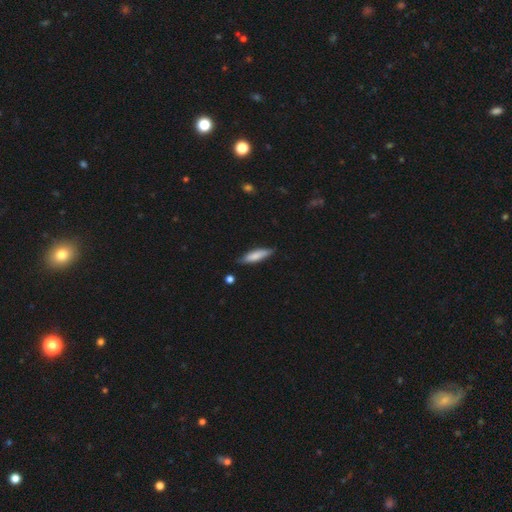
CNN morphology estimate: Smooth or featured: smooth — 76% (featured or disk — 19%)
How rounded: cigar-shaped — 70% (in between — 28%)
Merging: none — 80% (minor disturbance — 16%)